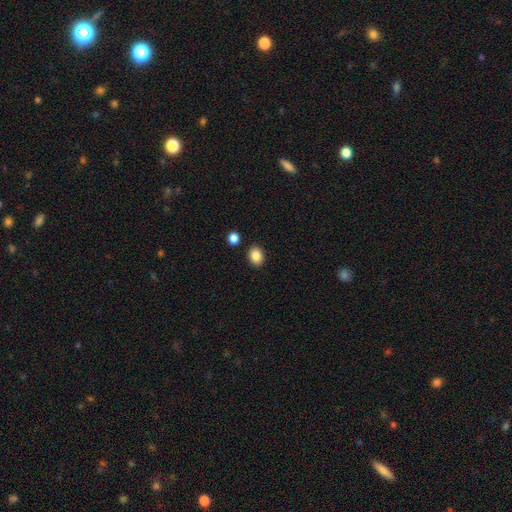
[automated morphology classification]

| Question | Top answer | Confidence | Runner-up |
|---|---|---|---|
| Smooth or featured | smooth | 86% | star or artifact (9%) |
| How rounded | in between | 60% | round (39%) |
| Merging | none | 88% | minor disturbance (7%) |